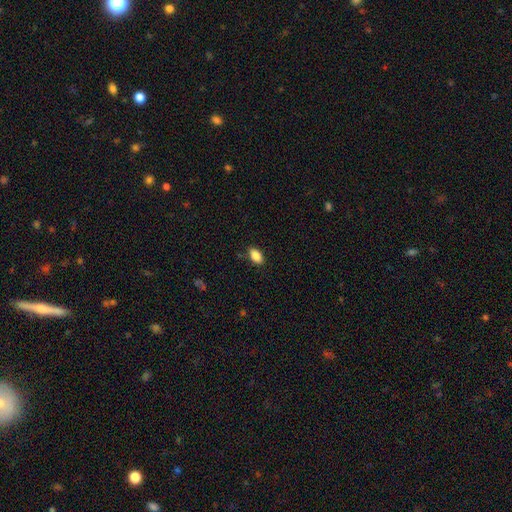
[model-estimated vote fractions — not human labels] Overall: smooth (87%). How rounded: in between (92%). Merging: none (86%).